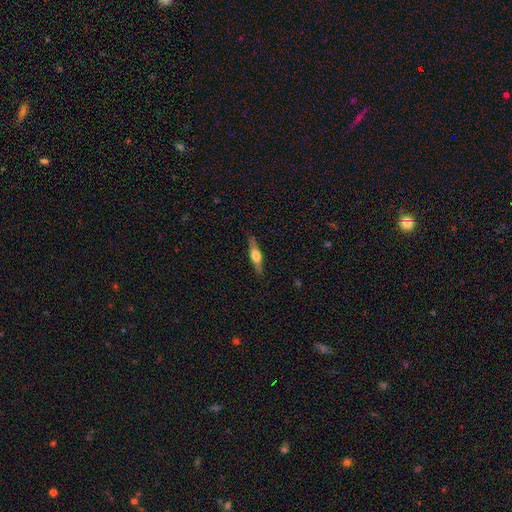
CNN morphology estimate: This appears to be a featured or disk galaxy (52%) viewed edge-on (94%). Merging: none (86%).